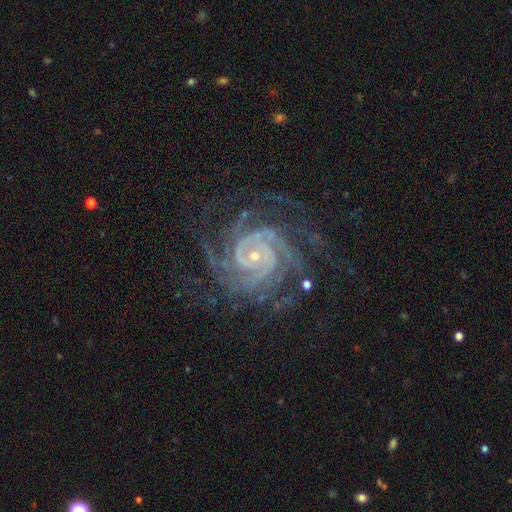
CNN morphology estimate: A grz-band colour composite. It shows a featured or disk galaxy (92%) with no bar (65%), 2 (27%) tight (77%) spiral arms (99%) and a small central bulge (79%). Merging: none (73%).